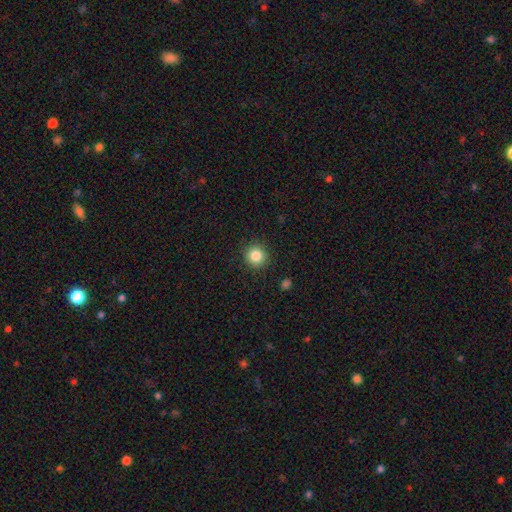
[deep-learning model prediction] This appears to be a smooth galaxy with no disk features (85%) that is round (93%). Merging: none (90%).